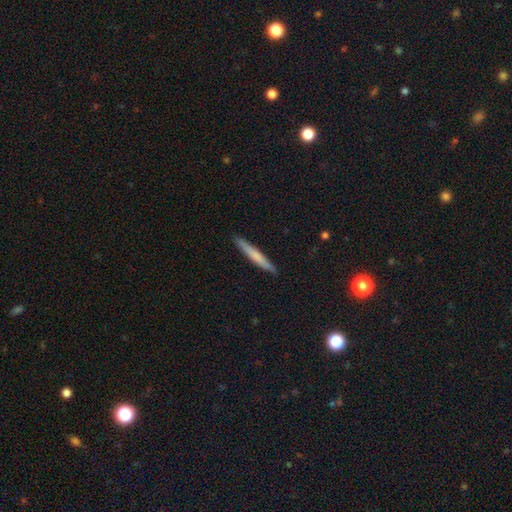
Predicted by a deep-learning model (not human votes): This appears to be a smooth galaxy with no disk features (63%) that is cigar-shaped (96%). Merging: none (91%).